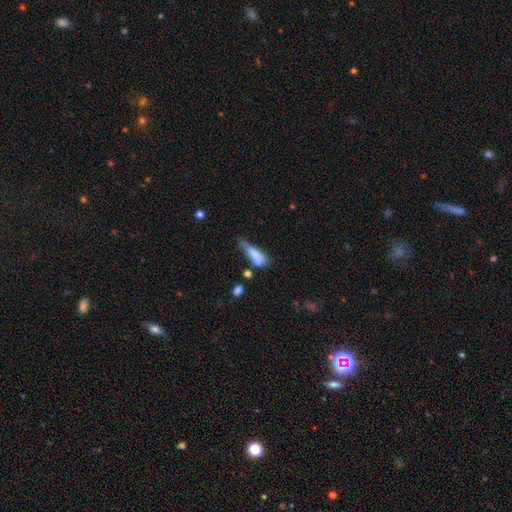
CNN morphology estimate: Q: Smooth or featured?
A: smooth (73%); runner-up: featured or disk (18%)
Q: How rounded?
A: in between (54%); runner-up: cigar-shaped (43%)
Q: Merging?
A: minor disturbance (37%); runner-up: major disturbance (28%)